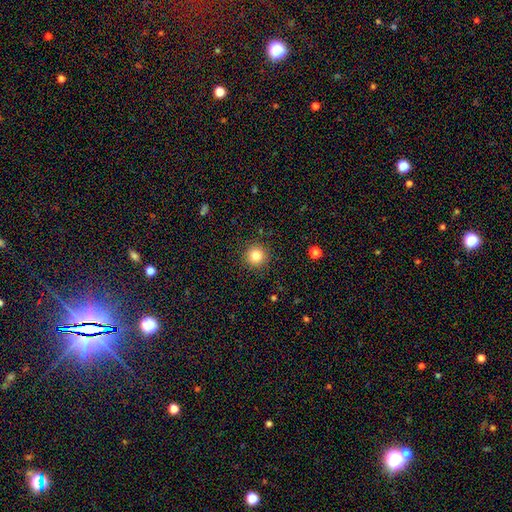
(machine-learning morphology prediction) smooth_or_featured: smooth (p=0.83) [alt: star or artifact p=0.11]
how_rounded: round (p=0.95) [alt: in between p=0.04]
merging: none (p=0.91) [alt: minor disturbance p=0.06]